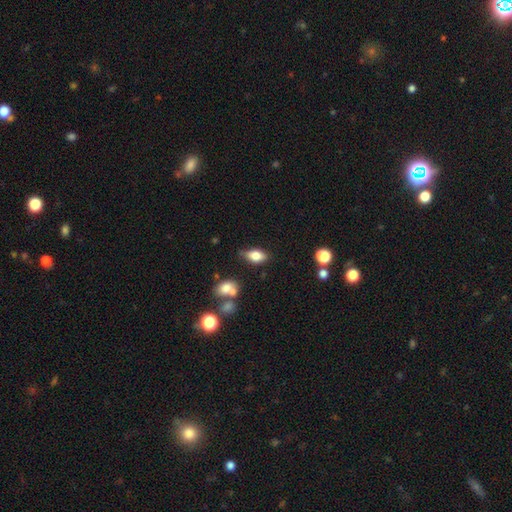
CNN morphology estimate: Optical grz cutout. It shows a smooth galaxy with no disk features (74%) that is in between round and cigar-shaped (85%). Merging: none (72%).